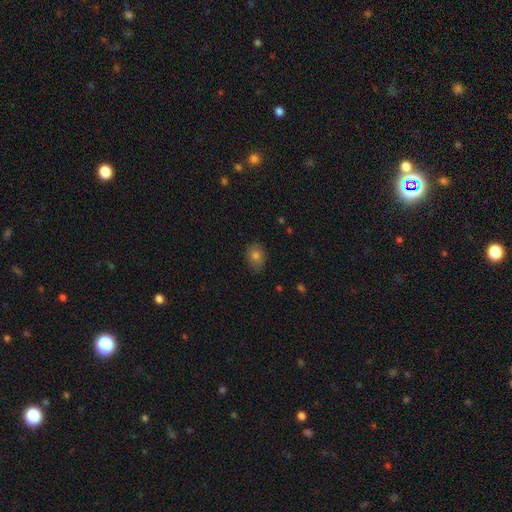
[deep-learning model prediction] Smooth or featured: smooth — 79% (star or artifact — 11%)
How rounded: in between — 61% (round — 38%)
Merging: none — 82% (minor disturbance — 15%)